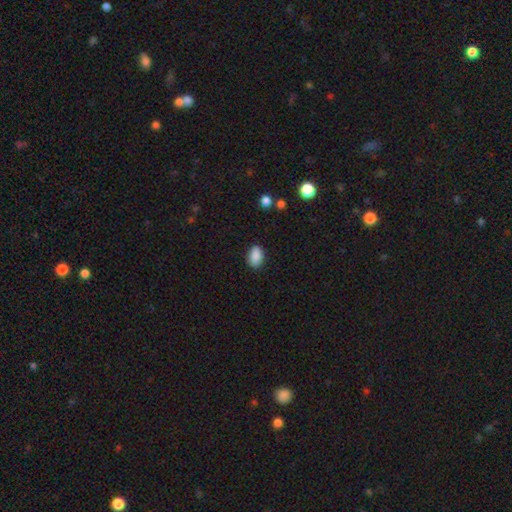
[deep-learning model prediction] Smooth or featured? smooth (89%)
How rounded? in between (88%)
Merging? none (86%)